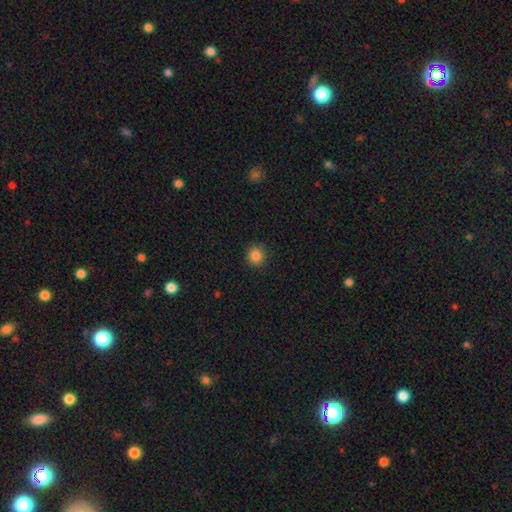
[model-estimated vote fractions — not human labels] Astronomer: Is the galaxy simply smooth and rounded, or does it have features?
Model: smooth — 86%.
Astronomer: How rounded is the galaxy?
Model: round — 91%.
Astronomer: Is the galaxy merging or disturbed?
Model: none — 90%.